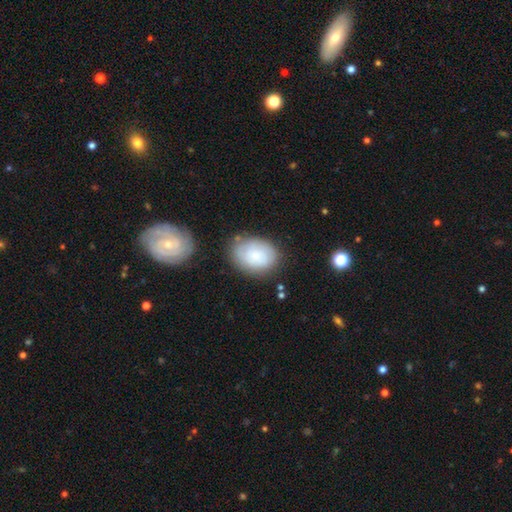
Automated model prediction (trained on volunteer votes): smooth-or-featured: smooth: 64% | featured or disk: 28% | star or artifact: 8%
  how-rounded: in between: 73% | round: 26% | cigar-shaped: 1%
  merging: none: 69% | minor disturbance: 20% | major disturbance: 6% | merger: 5%